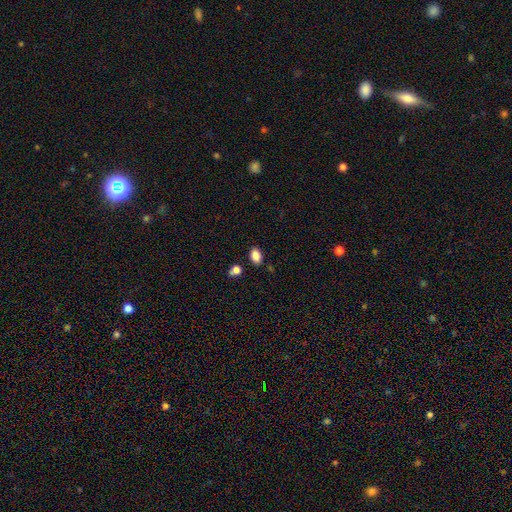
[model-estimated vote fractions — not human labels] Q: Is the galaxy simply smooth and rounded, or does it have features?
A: smooth — 86%.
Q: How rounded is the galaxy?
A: in between — 84%.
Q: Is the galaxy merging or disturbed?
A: none — 80%.